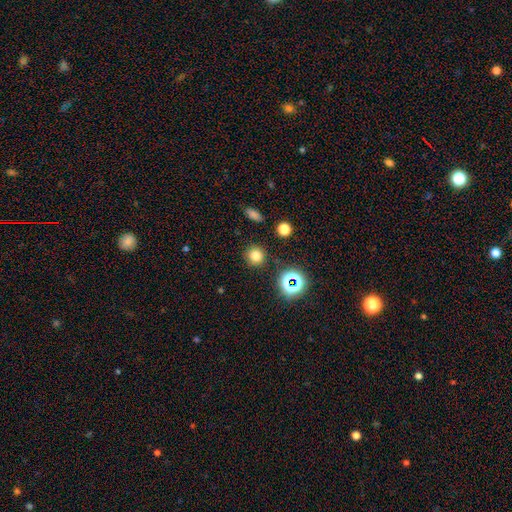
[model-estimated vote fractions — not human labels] This is likely a smooth galaxy (75%). How rounded: clearly round (92%). Merging: clearly none (87%).